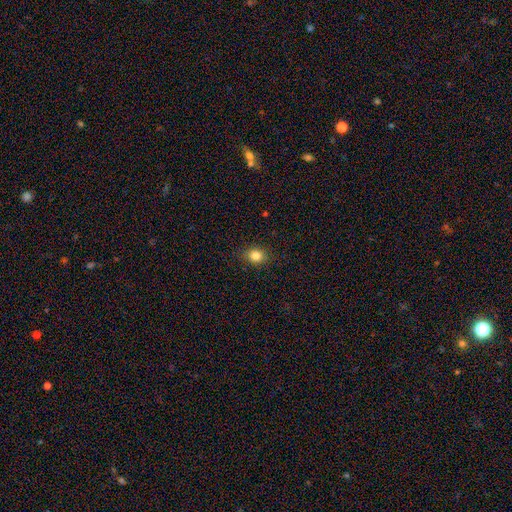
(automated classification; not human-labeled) Overall: smooth (84%). How rounded: round (61%; in between 38%). Merging: none (88%).